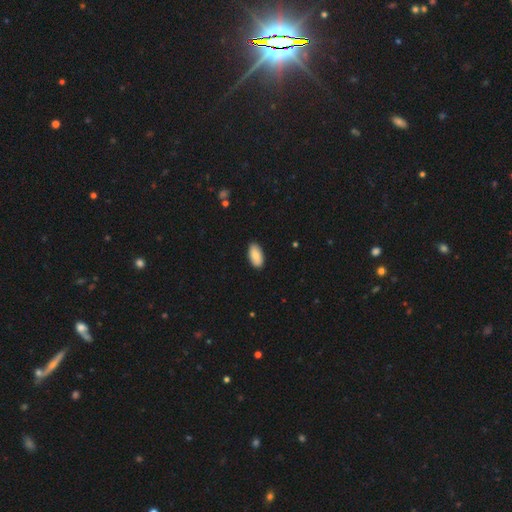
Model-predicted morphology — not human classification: The model was most divided on "smooth or featured": smooth: 86%, featured or disk: 8%, star or artifact: 6%. More confident: how rounded — in between (94%); merging — none (88%).